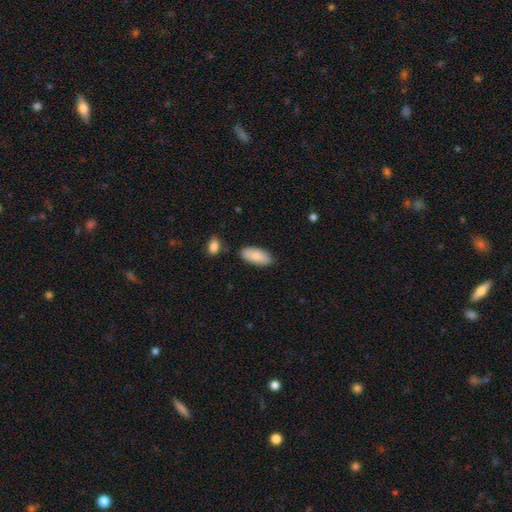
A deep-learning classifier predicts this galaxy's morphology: This appears to be a smooth galaxy with no disk features (82%) that is in between round and cigar-shaped (89%). Merging: none (81%).